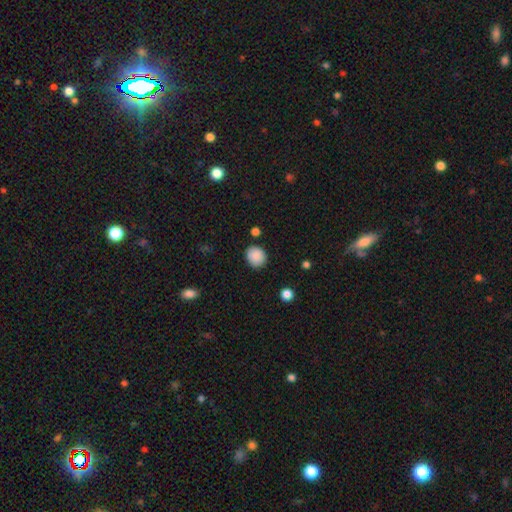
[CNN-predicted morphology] type=smooth (88%); roundness=round (71%); merging=none (85%).